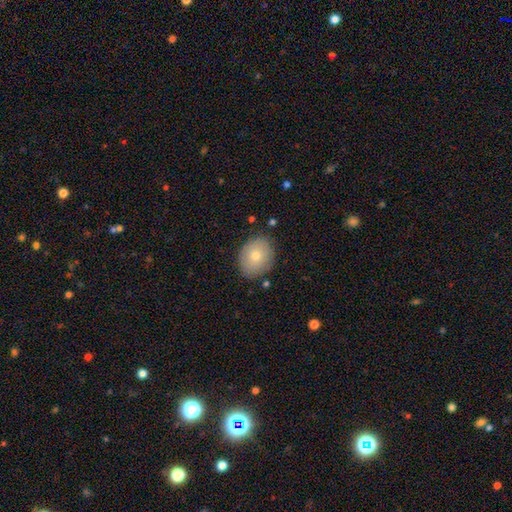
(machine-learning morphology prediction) Smooth or featured? Predicted: smooth (p=0.74). How rounded? Predicted: round (p=0.51). Merging? Predicted: none (p=0.84).